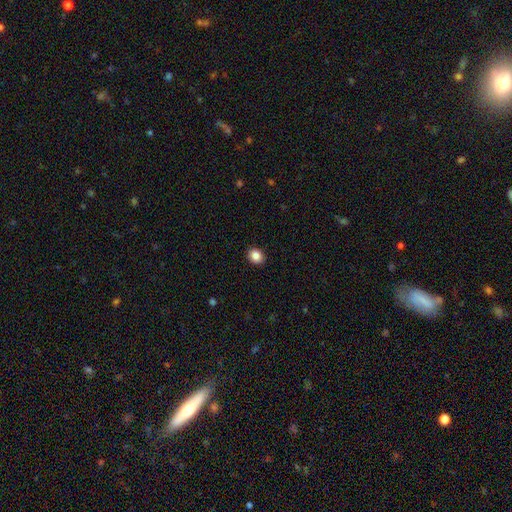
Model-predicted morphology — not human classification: This appears to be a smooth galaxy with no disk features (86%) that is round (58%). Merging: none (91%).